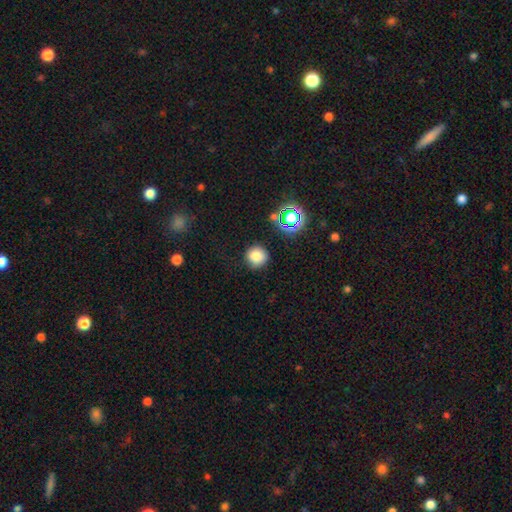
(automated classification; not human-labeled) smooth_or_featured: smooth (p=0.78) [alt: star or artifact p=0.16]
how_rounded: round (p=0.93) [alt: in between p=0.06]
merging: none (p=0.85) [alt: minor disturbance p=0.10]